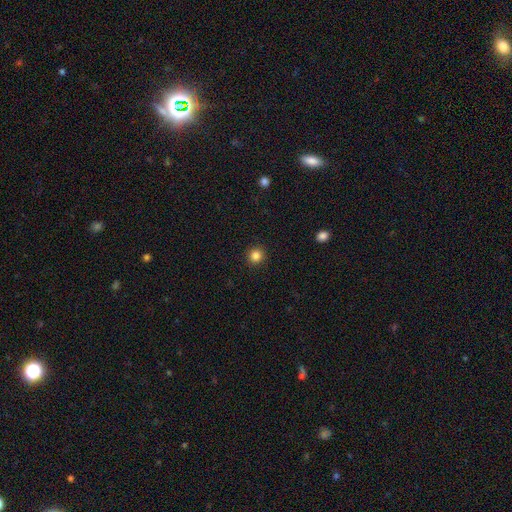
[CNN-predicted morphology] smooth 84%, star or artifact 12%, featured or disk 4%. Down the decision tree: how rounded — round (93%); merging — none (92%).